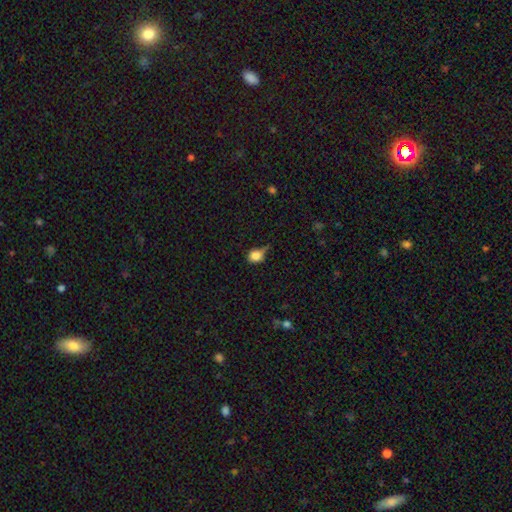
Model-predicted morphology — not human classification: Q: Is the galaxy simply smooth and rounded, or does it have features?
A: smooth — 78%.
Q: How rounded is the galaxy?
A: round — 70%.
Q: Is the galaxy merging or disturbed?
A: none — 42%.